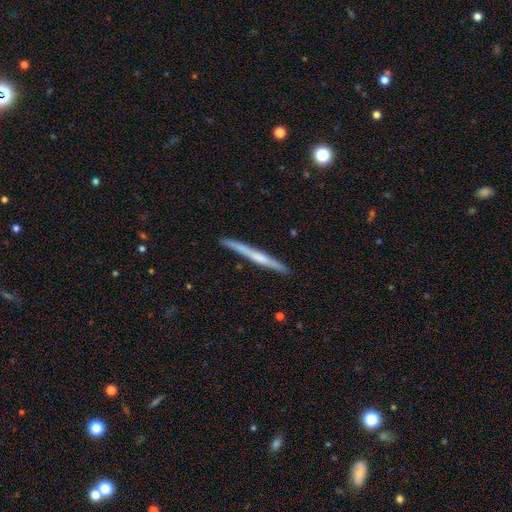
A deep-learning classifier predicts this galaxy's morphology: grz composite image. It shows a featured or disk galaxy (61%) viewed edge-on (97%) with no central bulge (51%). Merging: none (89%).